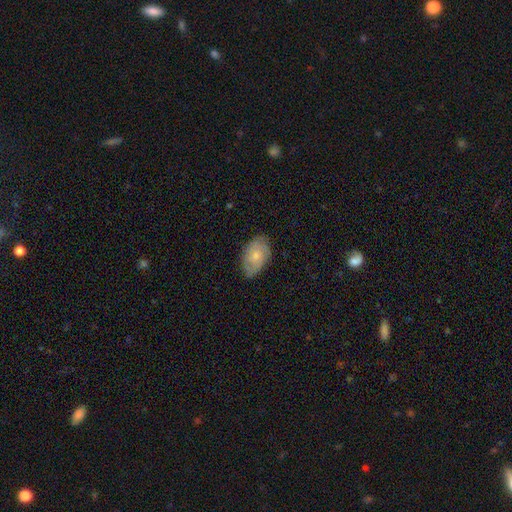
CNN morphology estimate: The model was most divided on "smooth or featured": smooth: 56%, featured or disk: 38%, star or artifact: 6%. More confident: how rounded — in between (91%); merging — none (75%).